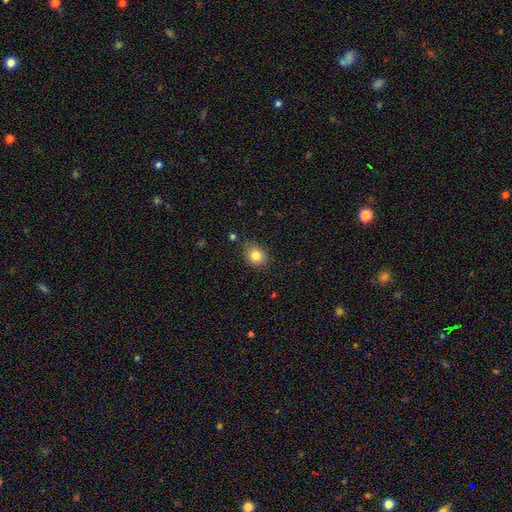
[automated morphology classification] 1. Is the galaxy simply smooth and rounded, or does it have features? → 83% smooth, 10% star or artifact, 7% featured or disk.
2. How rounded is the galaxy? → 60% round, 39% in between, 1% cigar-shaped.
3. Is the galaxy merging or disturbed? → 84% none, 12% minor disturbance, 3% major disturbance, 2% merger.